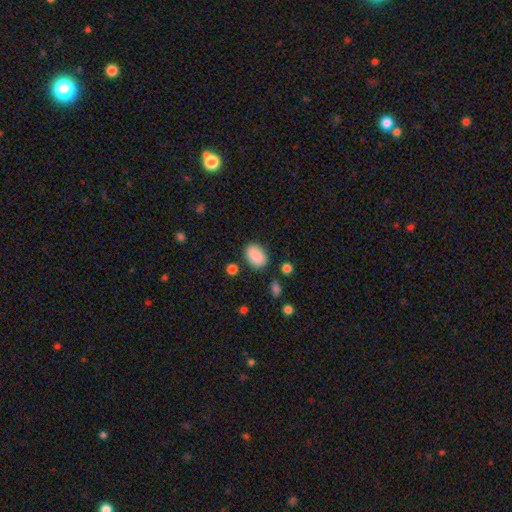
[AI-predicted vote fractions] smooth_or_featured: smooth (p=0.88) [alt: star or artifact p=0.07]
how_rounded: in between (p=0.85) [alt: round p=0.13]
merging: none (p=0.79) [alt: minor disturbance p=0.14]